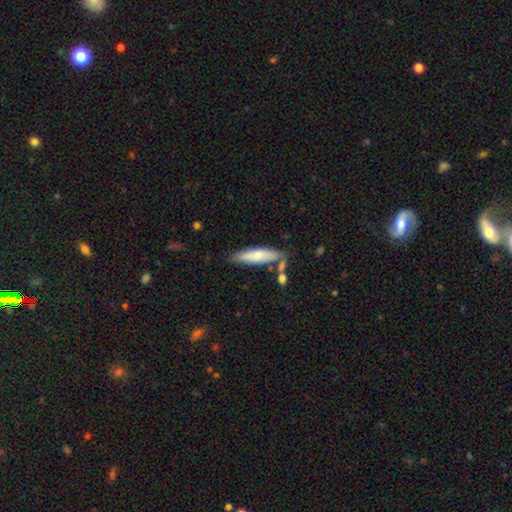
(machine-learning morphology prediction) type=smooth (66%); roundness=cigar-shaped (71%); merging=none (74%).